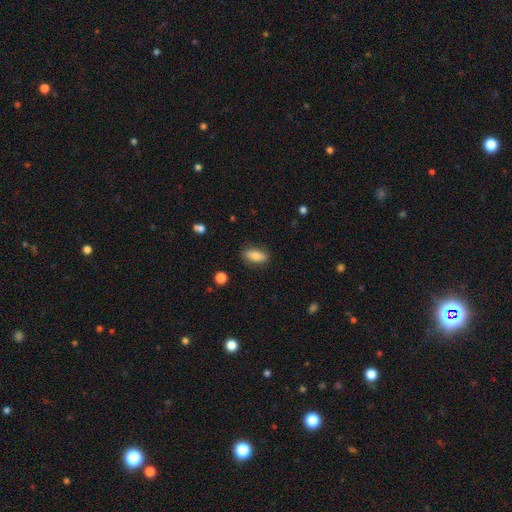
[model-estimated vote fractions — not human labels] Smooth or featured: smooth — 82% (featured or disk — 11%)
How rounded: in between — 84% (cigar-shaped — 13%)
Merging: none — 84% (minor disturbance — 12%)